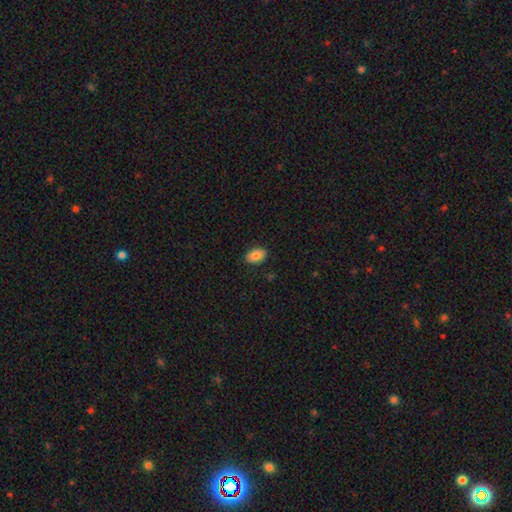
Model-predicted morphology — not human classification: This appears to be a smooth galaxy with no disk features (84%) that is in between round and cigar-shaped (89%). Merging: none (87%).